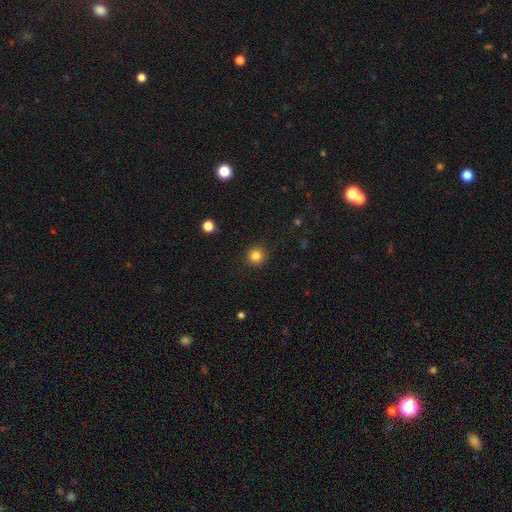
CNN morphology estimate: Q: Smooth or featured?
A: smooth (84%); runner-up: star or artifact (12%)
Q: How rounded?
A: round (94%); runner-up: in between (5%)
Q: Merging?
A: none (92%); runner-up: minor disturbance (5%)